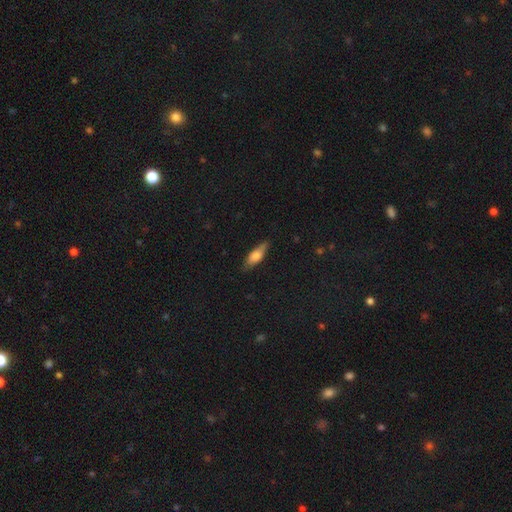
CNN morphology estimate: This is likely a smooth galaxy (68%). How rounded: possibly in between (54%). Merging: likely none (79%).